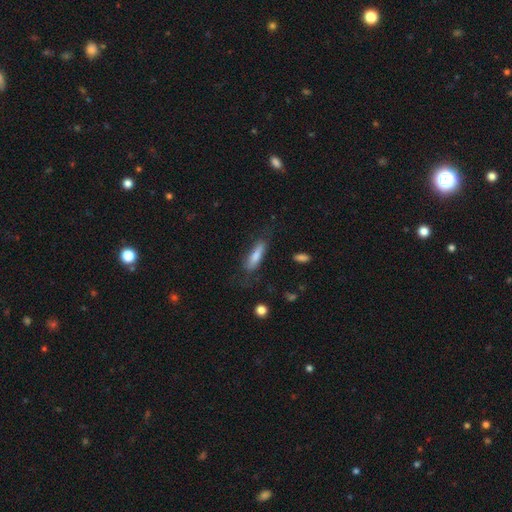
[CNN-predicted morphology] type=smooth (65%); roundness=cigar-shaped (68%); merging=none (68%).